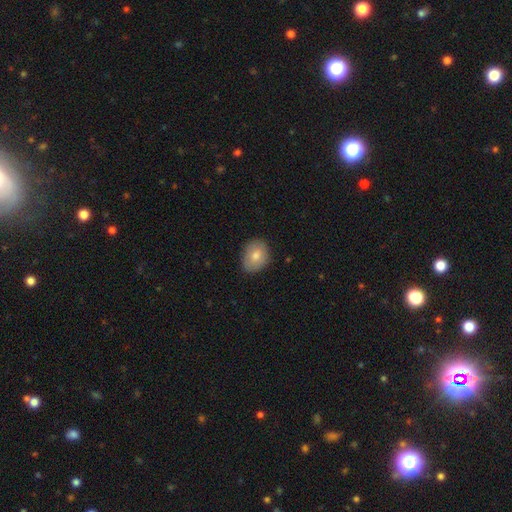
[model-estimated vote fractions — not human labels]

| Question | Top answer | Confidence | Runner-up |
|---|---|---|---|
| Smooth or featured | smooth | 77% | featured or disk (15%) |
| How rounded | in between | 60% | round (39%) |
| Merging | none | 82% | minor disturbance (15%) |